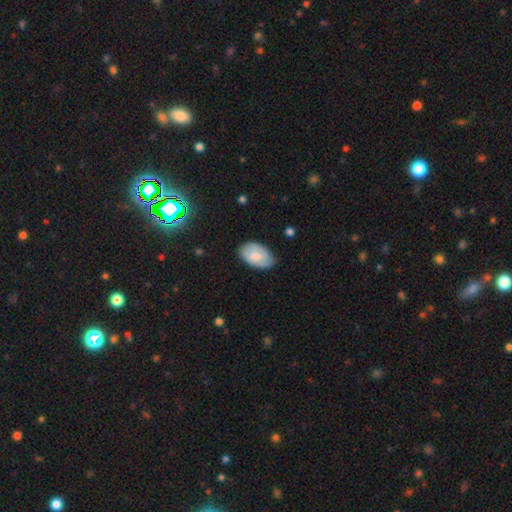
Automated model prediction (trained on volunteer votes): This appears to be a smooth galaxy with no disk features (66%) that is in between round and cigar-shaped (93%). Merging: none (76%).